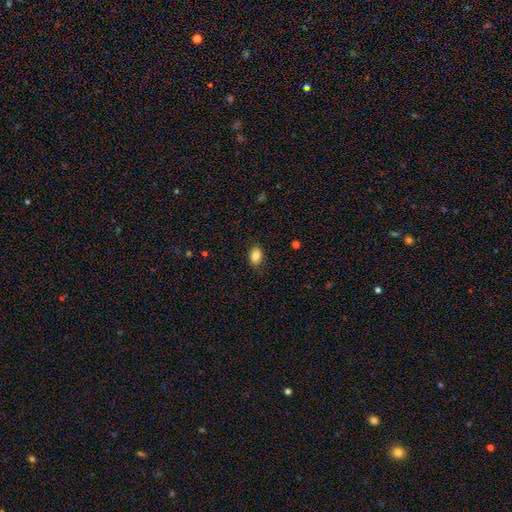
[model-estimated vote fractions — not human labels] Smooth or featured? smooth (84%)
How rounded? in between (80%)
Merging? none (84%)